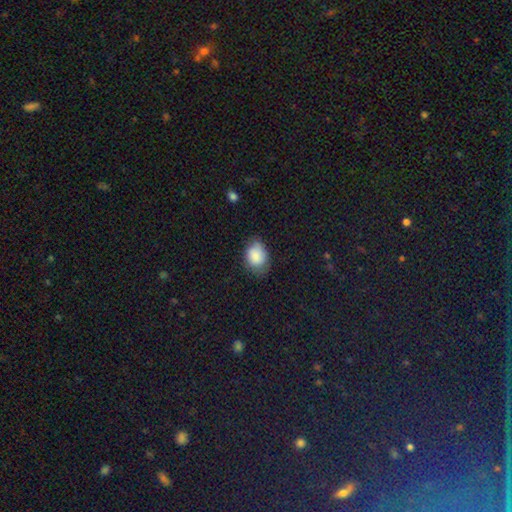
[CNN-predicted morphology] Smooth or featured? smooth (83%)
How rounded? in between (69%)
Merging? none (62%)